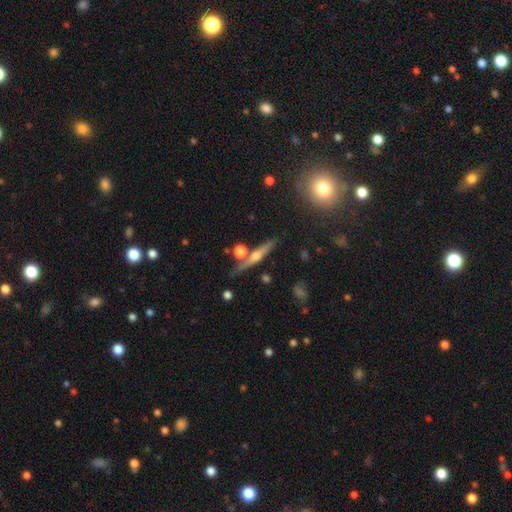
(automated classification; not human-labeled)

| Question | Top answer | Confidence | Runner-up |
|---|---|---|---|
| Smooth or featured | featured or disk | 64% | smooth (27%) |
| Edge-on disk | yes | 95% | no (5%) |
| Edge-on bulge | rounded | 88% | none (8%) |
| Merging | none | 77% | minor disturbance (10%) |